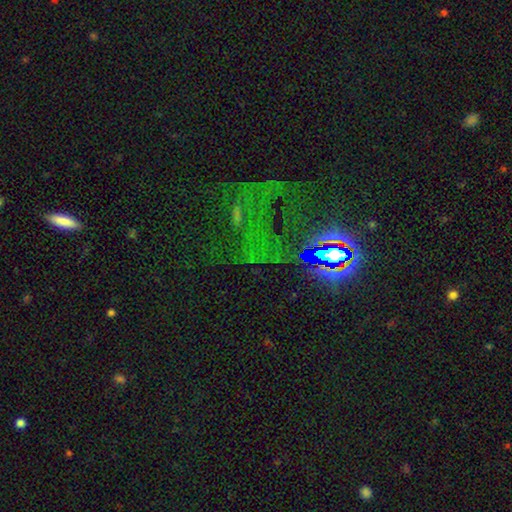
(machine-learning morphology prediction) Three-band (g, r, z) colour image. It shows a star or artifact, not a galaxy (68%).